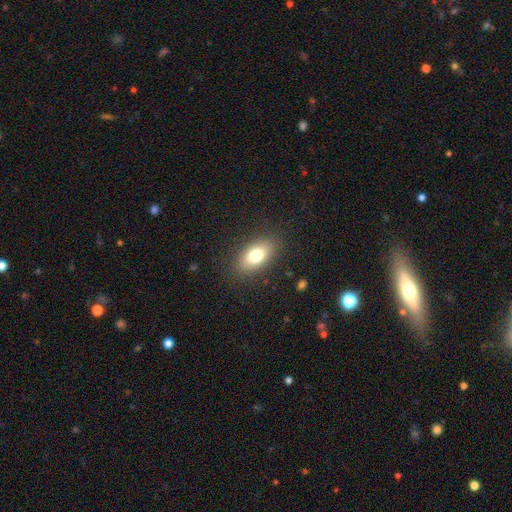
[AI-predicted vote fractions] Smooth or featured? Predicted: smooth (p=0.77). How rounded? Predicted: in between (p=0.89). Merging? Predicted: none (p=0.85).